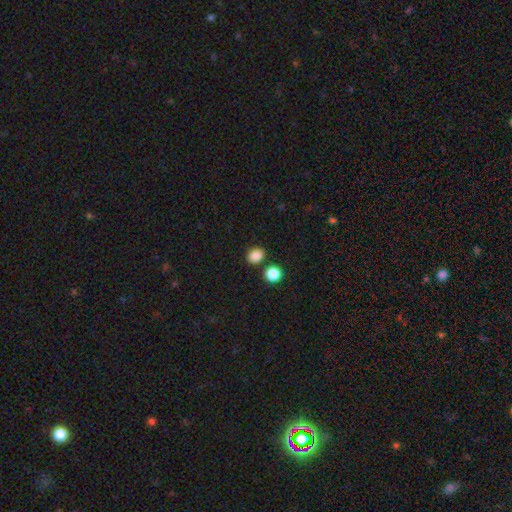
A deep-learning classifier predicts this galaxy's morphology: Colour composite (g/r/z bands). It shows a smooth galaxy with no disk features (85%) that is round (59%). Merging: none (80%).